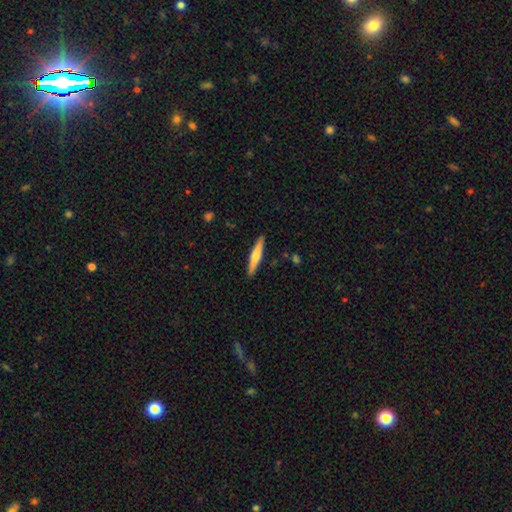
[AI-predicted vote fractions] Overall: smooth (55%; featured or disk 40%). How rounded: cigar-shaped (91%). Merging: none (90%).